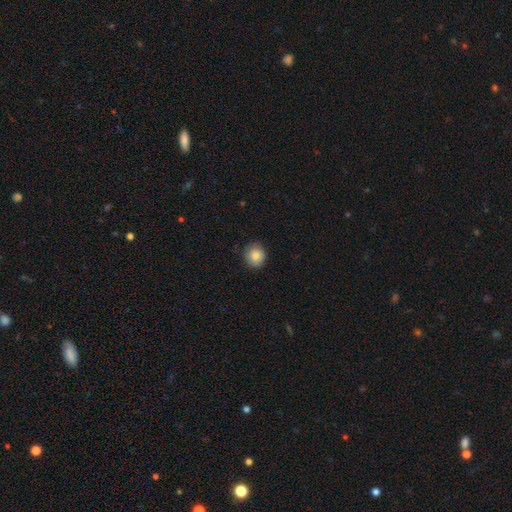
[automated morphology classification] A smooth galaxy with no disk features (83%) that is round (86%). Merging: none (82%).